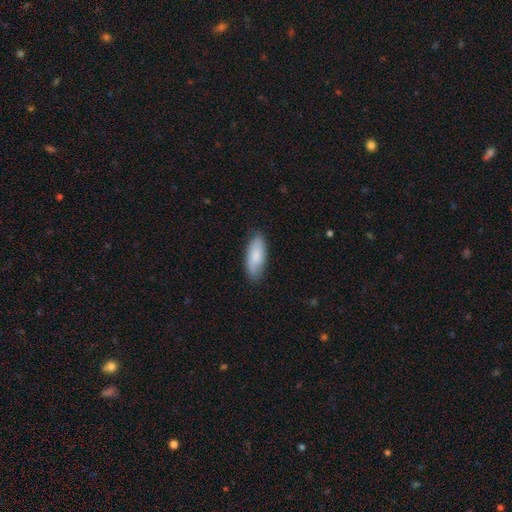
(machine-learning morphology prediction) A smooth galaxy with no disk features (76%) that is in between round and cigar-shaped (82%). Merging: none (80%).